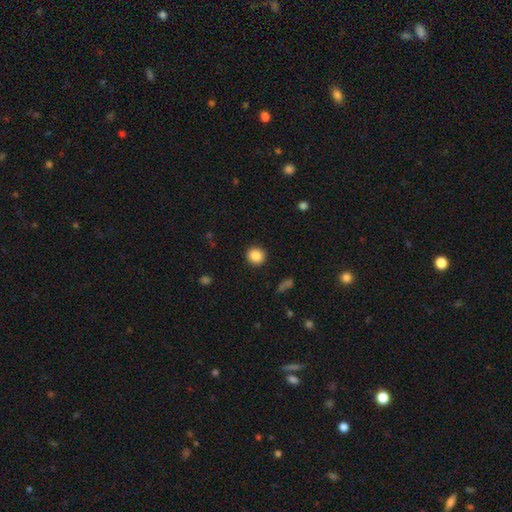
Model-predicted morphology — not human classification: Smooth or featured? Predicted: smooth (p=0.87). How rounded? Predicted: round (p=0.92). Merging? Predicted: none (p=0.91).